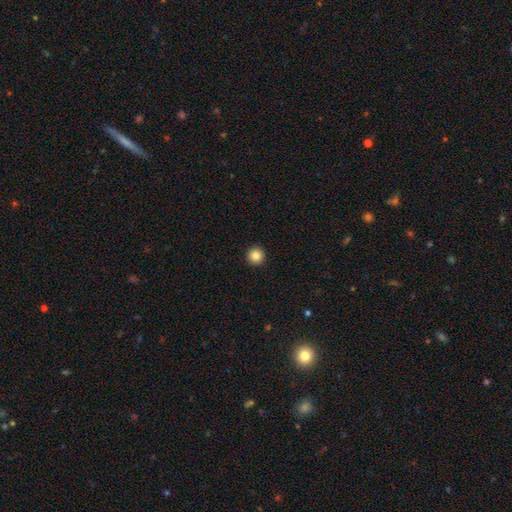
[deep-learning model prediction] Smooth or featured? smooth (85%)
How rounded? round (96%)
Merging? none (94%)